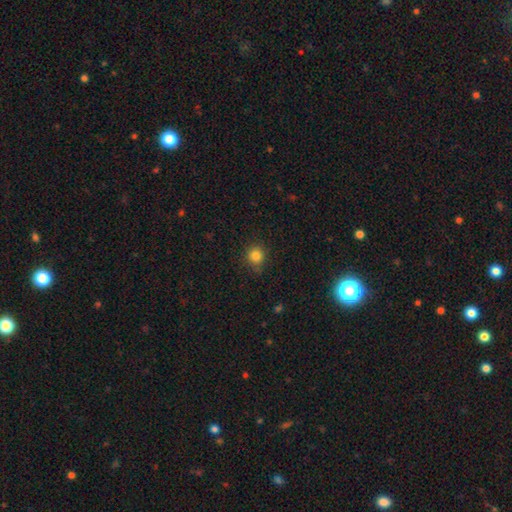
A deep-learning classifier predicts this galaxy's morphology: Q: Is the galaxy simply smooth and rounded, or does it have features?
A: smooth — 83%.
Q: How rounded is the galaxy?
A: round — 90%.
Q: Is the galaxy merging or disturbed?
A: none — 84%.